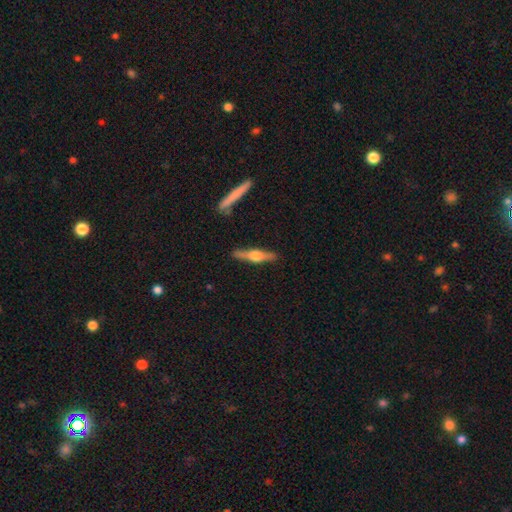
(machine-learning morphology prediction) Smooth or featured? featured or disk (69%)
Edge-on disk? yes (97%)
Edge-on bulge? rounded (93%)
Merging? none (88%)